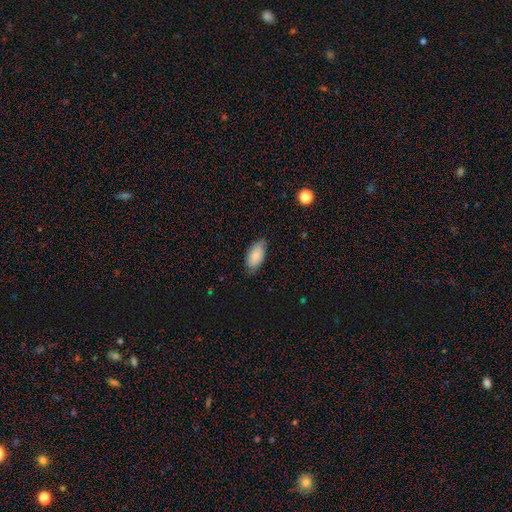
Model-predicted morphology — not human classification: smooth_or_featured: smooth (p=0.80) [alt: featured or disk p=0.14]
how_rounded: in between (p=0.94) [alt: cigar-shaped p=0.03]
merging: none (p=0.70) [alt: minor disturbance p=0.25]